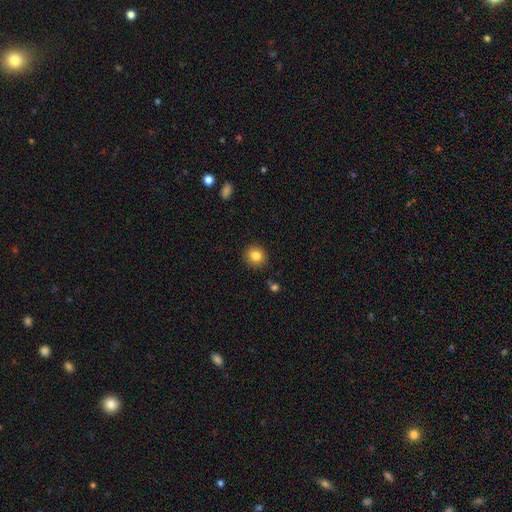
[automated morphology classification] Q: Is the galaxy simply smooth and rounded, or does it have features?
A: smooth — 84%.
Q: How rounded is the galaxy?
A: round — 83%.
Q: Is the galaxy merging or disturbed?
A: none — 89%.